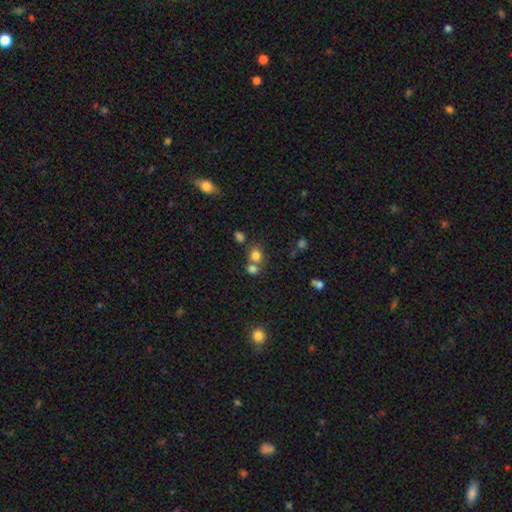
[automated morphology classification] Smooth or featured? smooth (77%)
How rounded? round (73%)
Merging? none (52%)